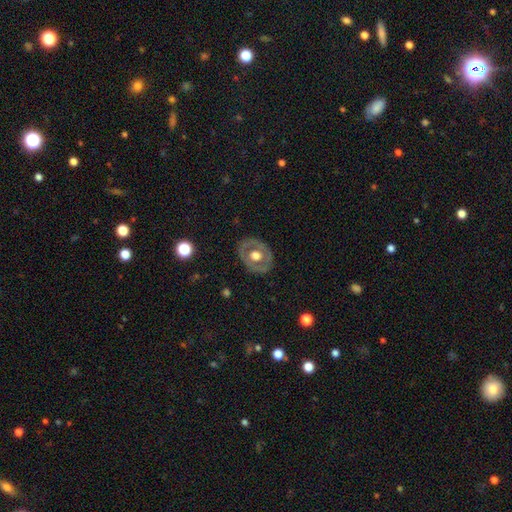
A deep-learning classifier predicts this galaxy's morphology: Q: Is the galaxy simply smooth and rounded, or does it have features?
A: featured or disk — 57%.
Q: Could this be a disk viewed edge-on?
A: no — 93%.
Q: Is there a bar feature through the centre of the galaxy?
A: no — 86%.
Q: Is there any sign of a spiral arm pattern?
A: no — 88%.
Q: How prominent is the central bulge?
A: moderate — 54%.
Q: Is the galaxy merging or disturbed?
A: none — 81%.